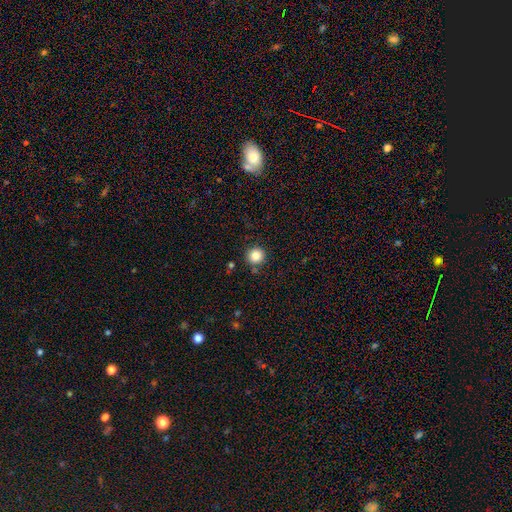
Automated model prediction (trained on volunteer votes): This appears to be a smooth galaxy with no disk features (83%) that is round (95%). Merging: none (88%).